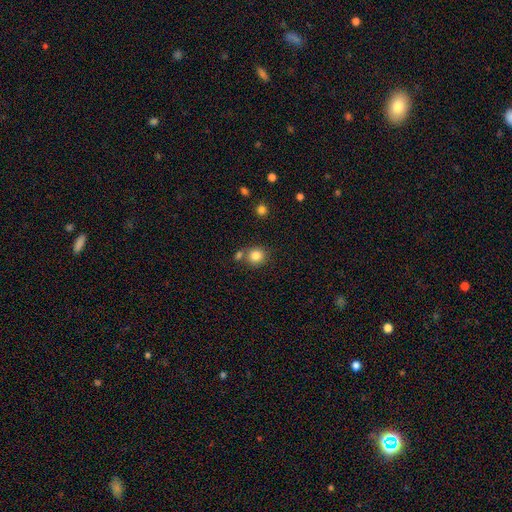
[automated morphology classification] Q: Smooth or featured?
A: smooth (83%); runner-up: star or artifact (11%)
Q: How rounded?
A: round (88%); runner-up: in between (11%)
Q: Merging?
A: none (72%); runner-up: merger (16%)